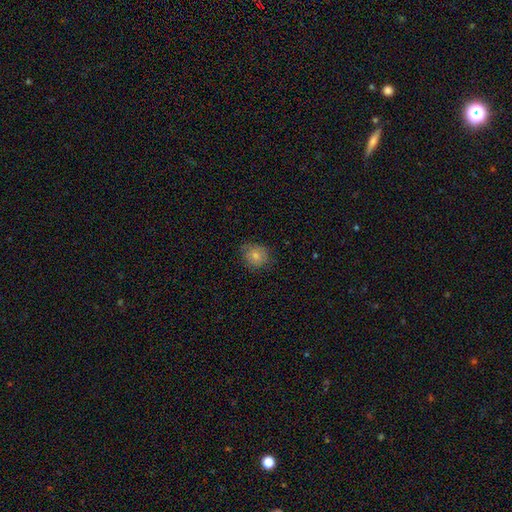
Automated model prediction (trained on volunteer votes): smooth-or-featured: smooth: 79% | featured or disk: 11% | star or artifact: 9%
  how-rounded: round: 74% | in between: 25% | cigar-shaped: 1%
  merging: none: 73% | minor disturbance: 21% | major disturbance: 5% | merger: 1%